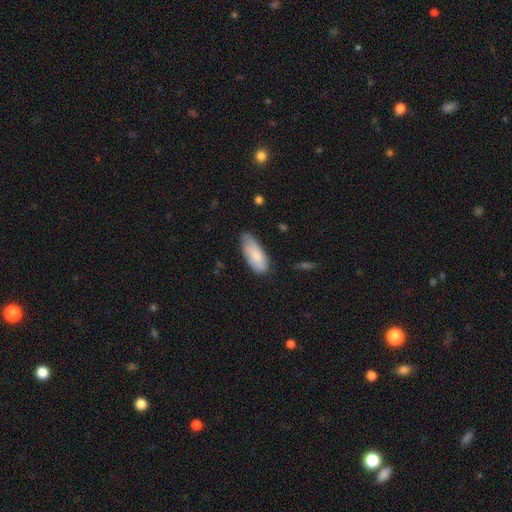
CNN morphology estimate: smooth_or_featured: smooth (p=0.80) [alt: featured or disk p=0.14]
how_rounded: in between (p=0.80) [alt: cigar-shaped p=0.19]
merging: none (p=0.58) [alt: minor disturbance p=0.34]